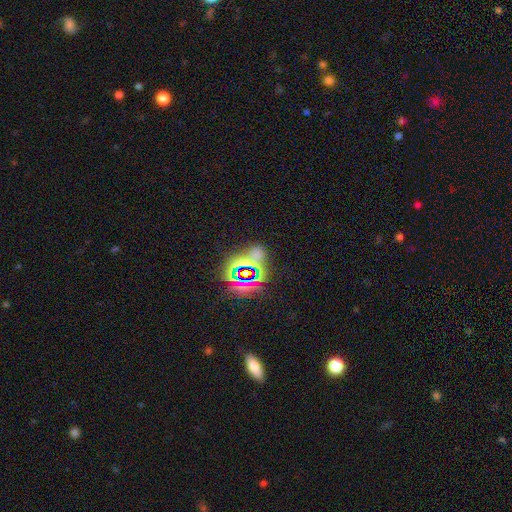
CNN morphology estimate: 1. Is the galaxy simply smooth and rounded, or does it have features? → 71% star or artifact, 19% smooth, 10% featured or disk.